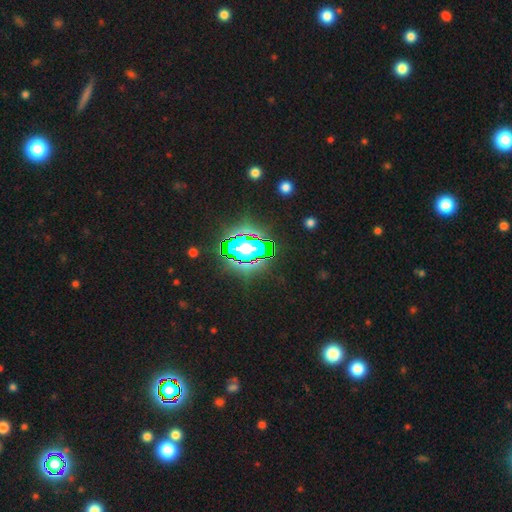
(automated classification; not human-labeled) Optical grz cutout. It shows a star or artifact, not a galaxy (68%).